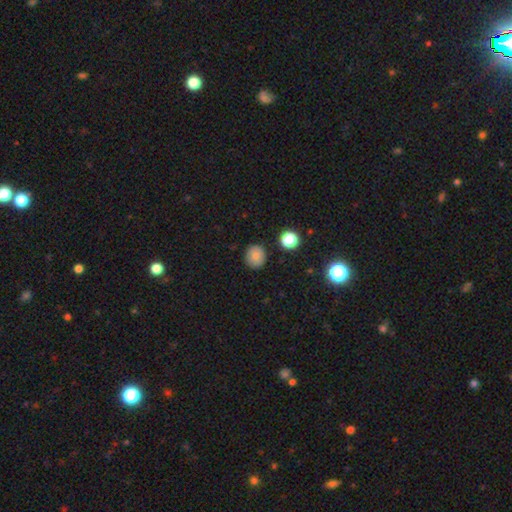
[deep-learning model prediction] The model was most divided on "smooth or featured": smooth: 80%, star or artifact: 11%, featured or disk: 8%. More confident: merging — none (87%); how rounded — round (86%).